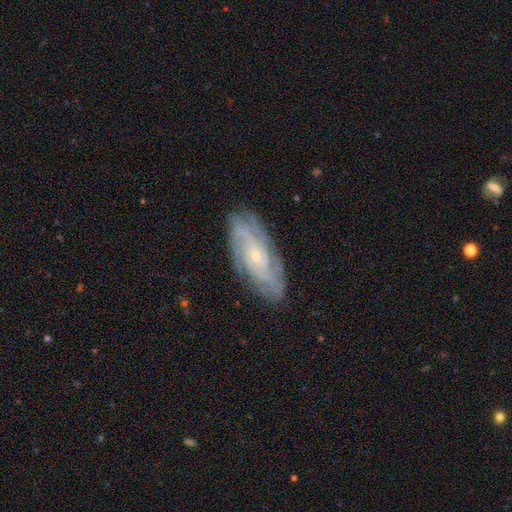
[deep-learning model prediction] Smooth or featured? Predicted: featured or disk (p=0.86). Edge-on disk? Predicted: no (p=0.93). Bar? Predicted: no (p=0.71). Spiral arms? Predicted: yes (p=0.96). Spiral winding? Predicted: tight (p=0.66). Spiral arm count? Predicted: can't tell (p=0.27). Bulge size? Predicted: small (p=0.81). Merging? Predicted: none (p=0.81).